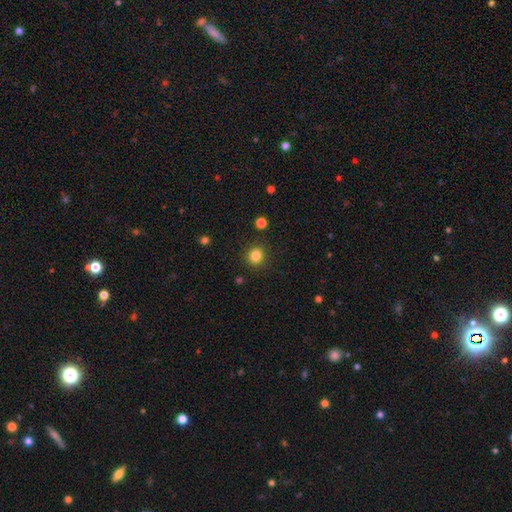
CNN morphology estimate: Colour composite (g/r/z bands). It shows a smooth galaxy with no disk features (83%) that is round (91%). Merging: none (90%).